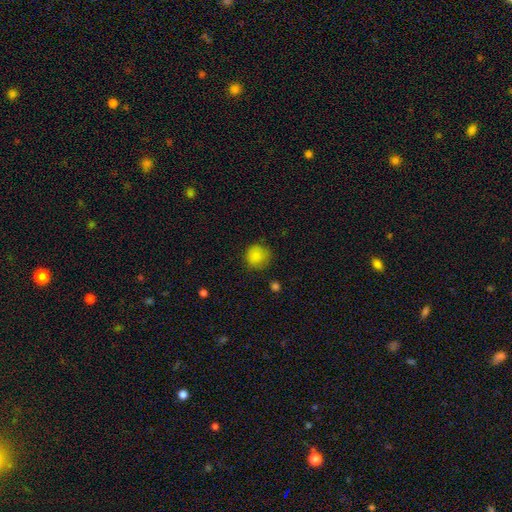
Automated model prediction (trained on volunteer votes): Overall: smooth (85%). How rounded: round (91%). Merging: none (81%).